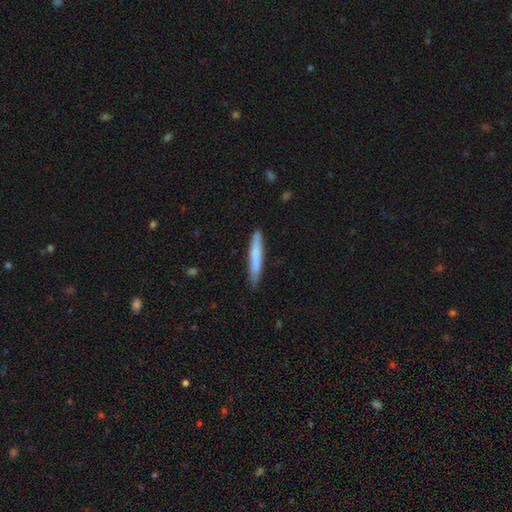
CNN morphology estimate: This is likely a smooth galaxy (73%). How rounded: clearly cigar-shaped (95%). Merging: clearly none (84%).